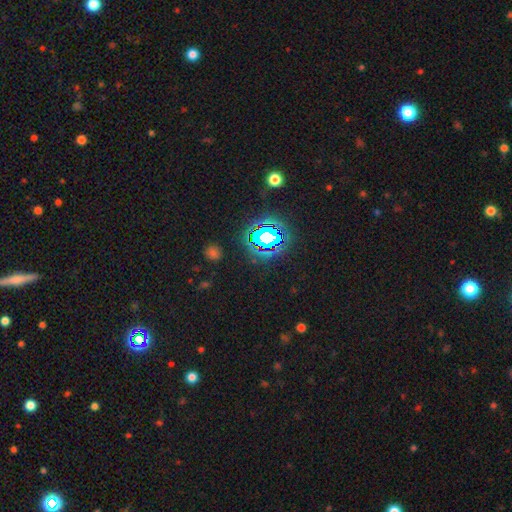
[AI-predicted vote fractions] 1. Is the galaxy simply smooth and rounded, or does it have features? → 81% star or artifact, 12% smooth, 7% featured or disk.